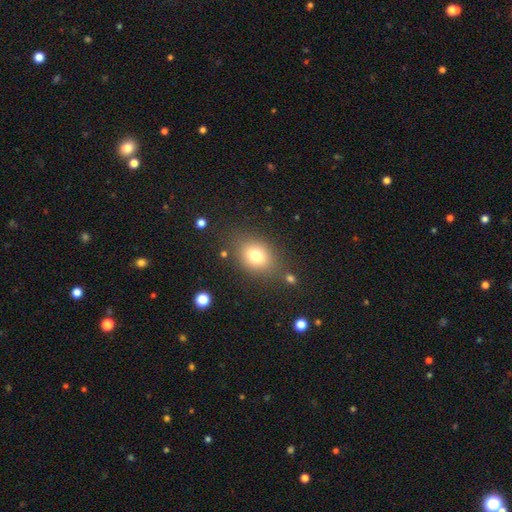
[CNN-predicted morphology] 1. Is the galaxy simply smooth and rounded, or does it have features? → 77% smooth, 12% star or artifact, 11% featured or disk.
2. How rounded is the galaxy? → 57% in between, 42% round, 1% cigar-shaped.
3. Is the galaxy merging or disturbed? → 76% none, 13% minor disturbance, 5% major disturbance, 5% merger.